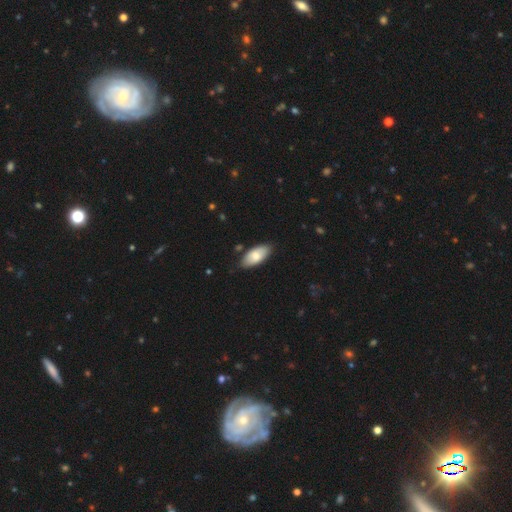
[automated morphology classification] Q: Smooth or featured?
A: smooth (76%); runner-up: featured or disk (18%)
Q: How rounded?
A: in between (91%); runner-up: cigar-shaped (7%)
Q: Merging?
A: none (82%); runner-up: minor disturbance (14%)